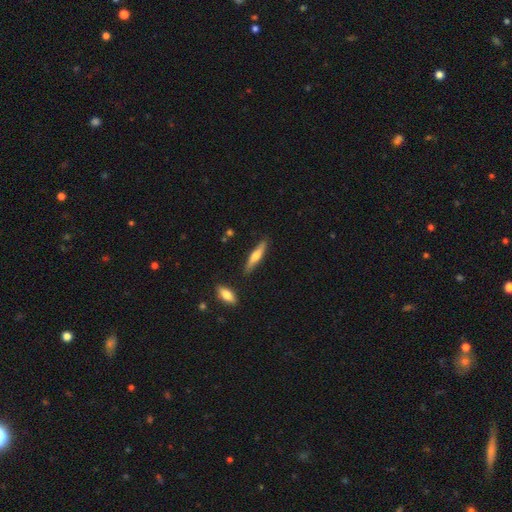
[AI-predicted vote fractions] Overall: smooth (50%; featured or disk 44%). Merging: none (85%).